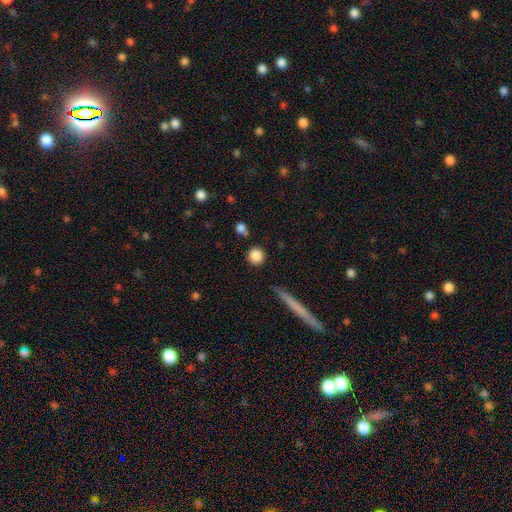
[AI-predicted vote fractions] This is clearly a smooth galaxy (86%). How rounded: clearly round (91%). Merging: clearly none (84%).